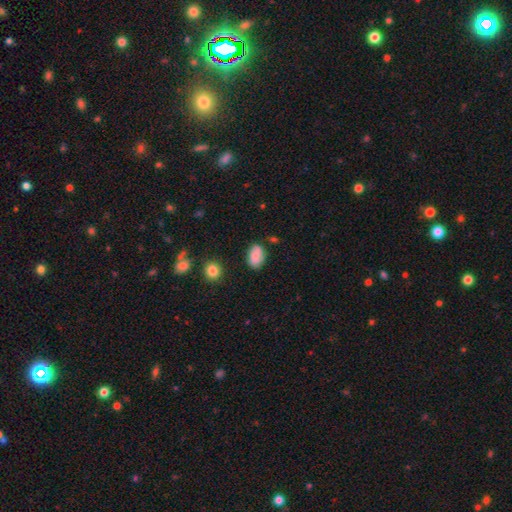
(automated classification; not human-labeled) Overall: smooth (83%). How rounded: in between (90%). Merging: none (78%).